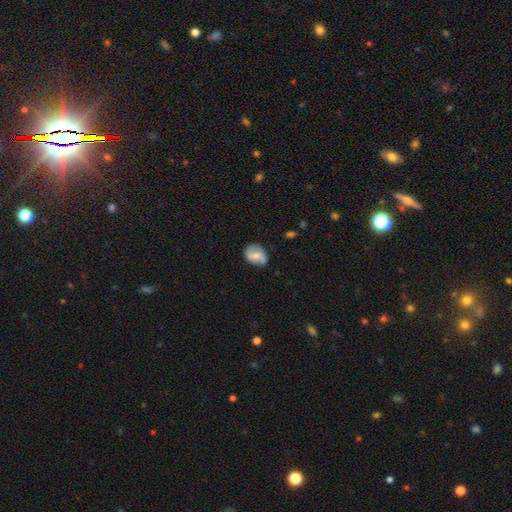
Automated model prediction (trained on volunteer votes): smooth 47%, featured or disk 46%, star or artifact 7%. Down the decision tree: merging — none (66%).